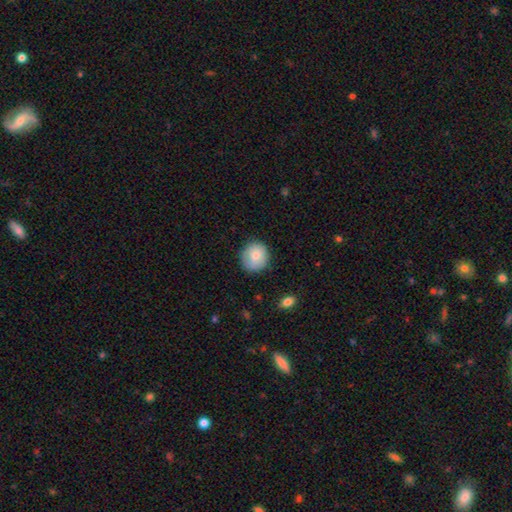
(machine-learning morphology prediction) Overall: smooth (81%). How rounded: round (85%). Merging: none (81%).